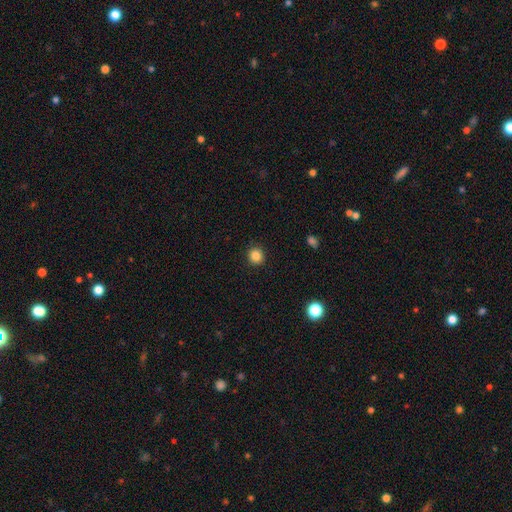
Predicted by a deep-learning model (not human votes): The model was most divided on "smooth or featured": smooth: 85%, star or artifact: 11%, featured or disk: 4%. More confident: merging — none (91%); how rounded — round (91%).